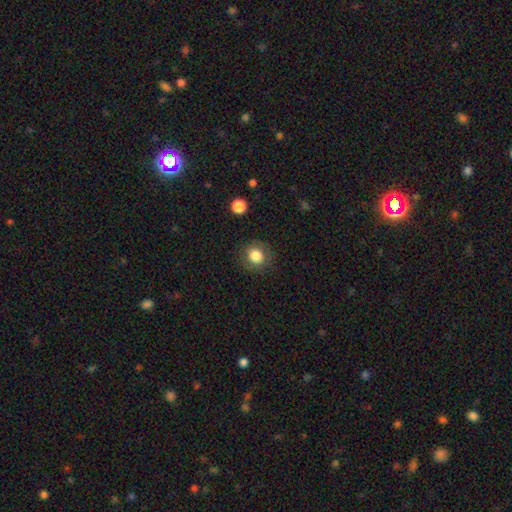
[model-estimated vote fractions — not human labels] smooth-or-featured: smooth: 82% | star or artifact: 10% | featured or disk: 9%
  how-rounded: round: 85% | in between: 14% | cigar-shaped: 1%
  merging: none: 85% | minor disturbance: 10% | major disturbance: 4% | merger: 1%